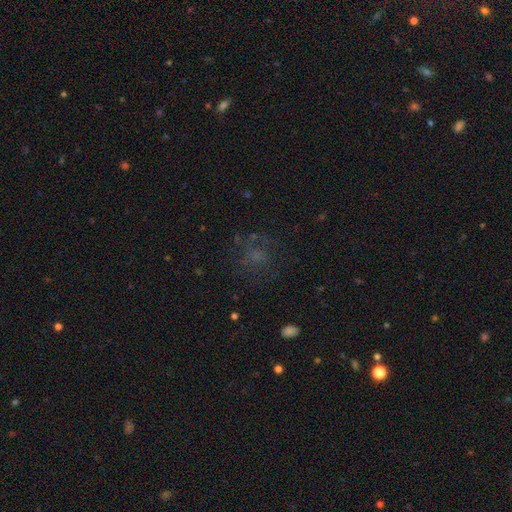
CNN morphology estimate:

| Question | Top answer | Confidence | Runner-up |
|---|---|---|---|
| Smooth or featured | smooth | 43% | star or artifact (29%) |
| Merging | none | 62% | major disturbance (19%) |